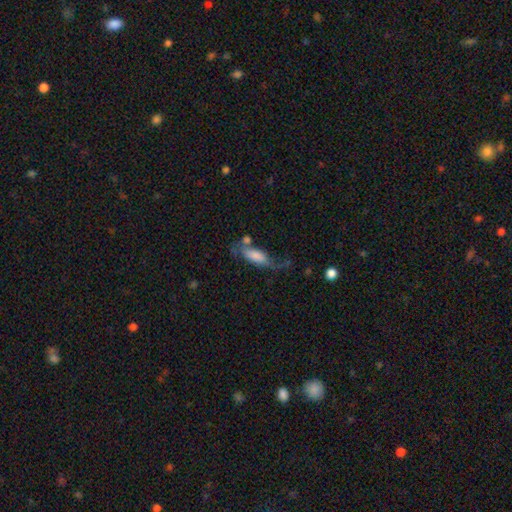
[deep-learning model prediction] A smooth galaxy with no disk features (64%) that is in between round and cigar-shaped (71%).

Vote fractions:
- Smooth or featured? smooth: 64% / featured or disk: 29% / star or artifact: 7%
- How rounded? in between: 71% / cigar-shaped: 26% / round: 3%
- Merging? none: 34% / major disturbance: 26% / minor disturbance: 25% / merger: 15%